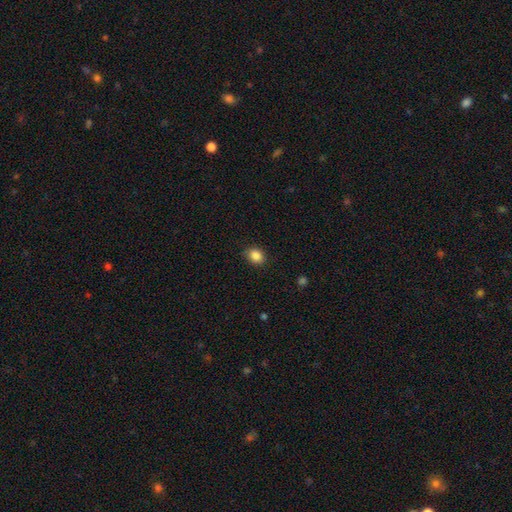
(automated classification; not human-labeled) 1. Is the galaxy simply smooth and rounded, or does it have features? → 86% smooth, 10% star or artifact, 4% featured or disk.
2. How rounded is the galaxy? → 52% round, 47% in between, 1% cigar-shaped.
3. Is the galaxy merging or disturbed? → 85% none, 12% minor disturbance, 3% major disturbance, 1% merger.